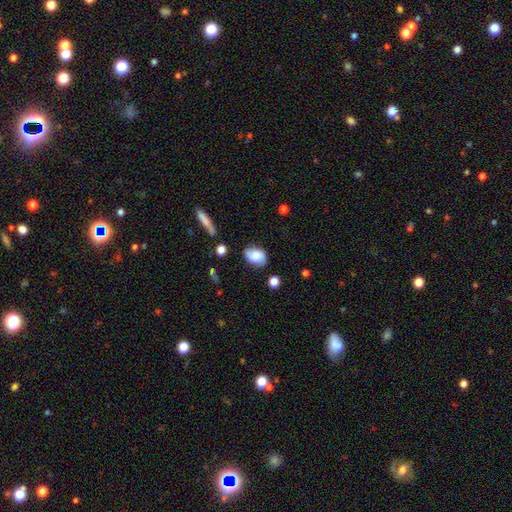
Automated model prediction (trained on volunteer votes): A smooth galaxy with no disk features (64%) that is in between round and cigar-shaped (82%). Merging: none (70%).